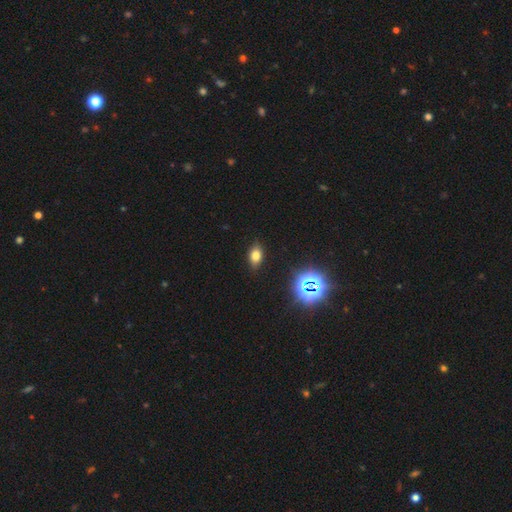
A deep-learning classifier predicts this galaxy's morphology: A smooth galaxy with no disk features (72%) that is in between round and cigar-shaped (84%).

Vote fractions:
- Smooth or featured? smooth: 72% / star or artifact: 19% / featured or disk: 9%
- How rounded? in between: 84% / round: 13% / cigar-shaped: 3%
- Merging? none: 86% / minor disturbance: 11% / major disturbance: 2% / merger: 1%